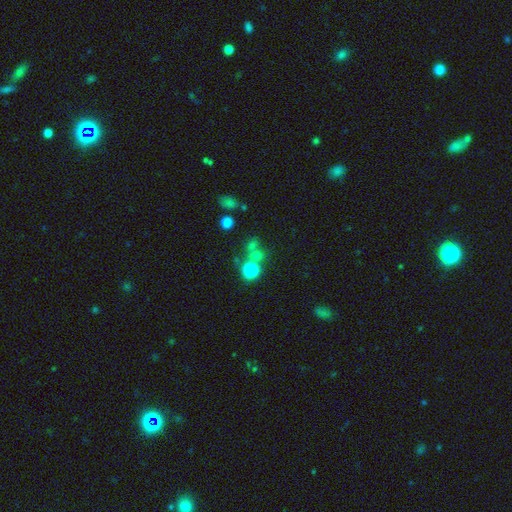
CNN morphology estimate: This appears to be a smooth galaxy with no disk features (59%) that is round (84%). Merging: none (55%).